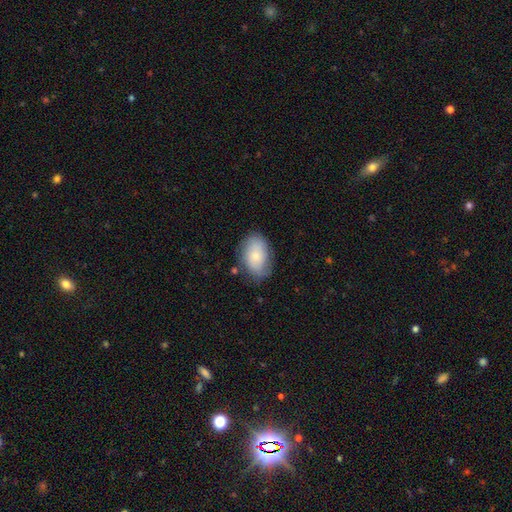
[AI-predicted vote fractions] This appears to be a smooth galaxy with no disk features (69%) that is in between round and cigar-shaped (86%). Merging: none (72%).